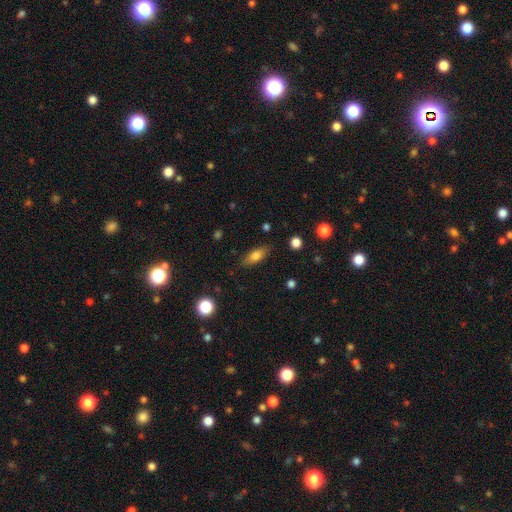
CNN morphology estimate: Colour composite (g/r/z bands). It shows a smooth galaxy with no disk features (73%) that is in between round and cigar-shaped (73%). Merging: none (83%).